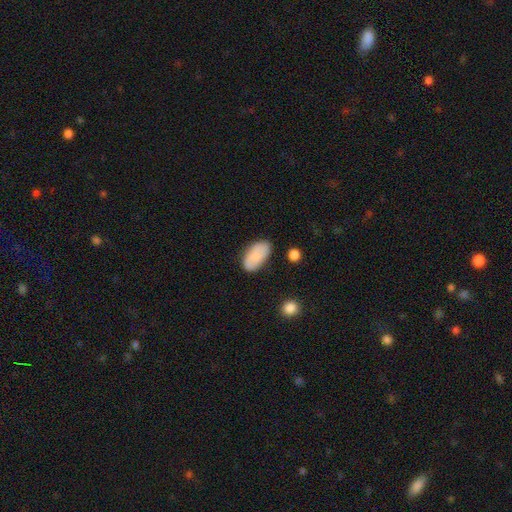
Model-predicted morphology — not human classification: smooth_or_featured: smooth (p=0.79) [alt: featured or disk p=0.14]
how_rounded: in between (p=0.95) [alt: round p=0.03]
merging: none (p=0.74) [alt: minor disturbance p=0.19]